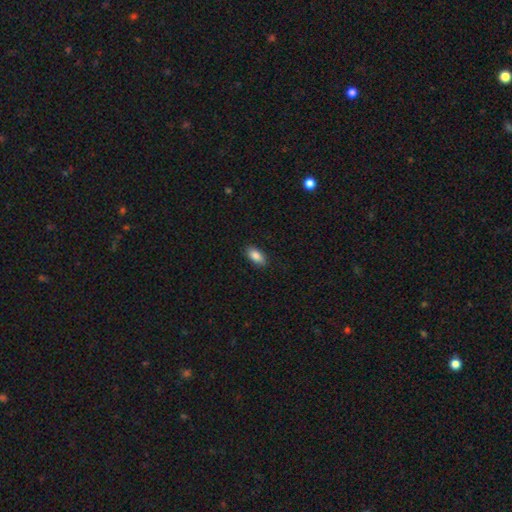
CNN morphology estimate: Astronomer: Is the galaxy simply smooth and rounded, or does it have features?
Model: smooth — 87%.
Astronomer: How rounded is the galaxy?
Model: in between — 90%.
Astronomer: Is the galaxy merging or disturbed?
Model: none — 88%.